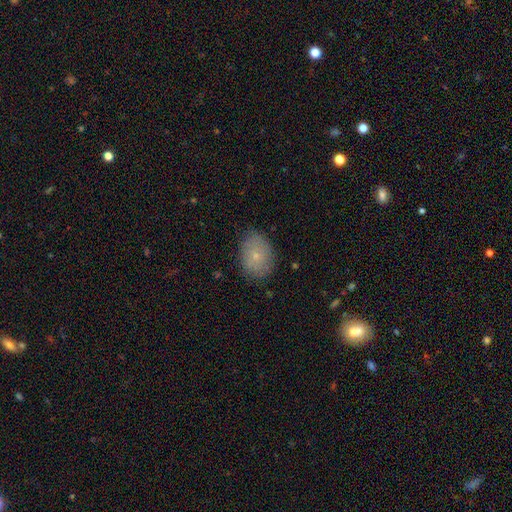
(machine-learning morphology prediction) A smooth galaxy with no disk features (72%) that is in between round and cigar-shaped (78%). Merging: none (80%).